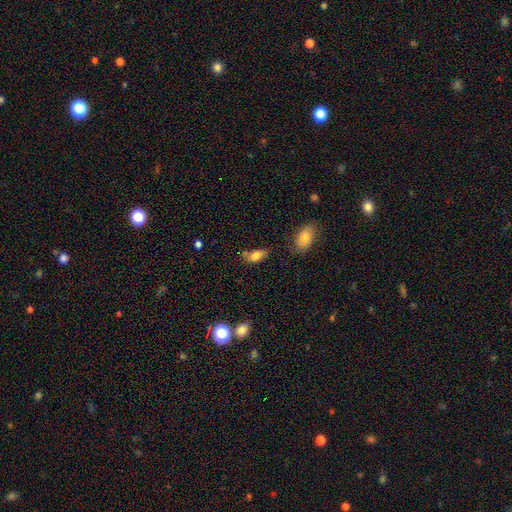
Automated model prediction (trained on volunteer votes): This appears to be a smooth galaxy with no disk features (81%) that is in between round and cigar-shaped (89%). Merging: none (58%).